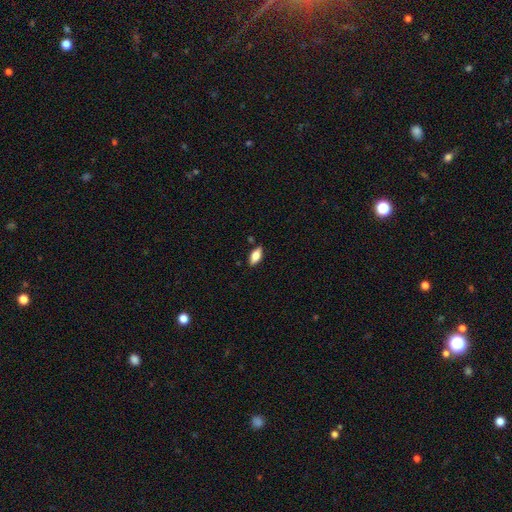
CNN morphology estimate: Smooth or featured?
  - smooth: 76% *
  - featured or disk: 17%
  - star or artifact: 7%
How rounded?
  - in between: 87% *
  - cigar-shaped: 11%
  - round: 3%
Merging?
  - none: 85% *
  - minor disturbance: 11%
  - major disturbance: 2%
  - merger: 2%